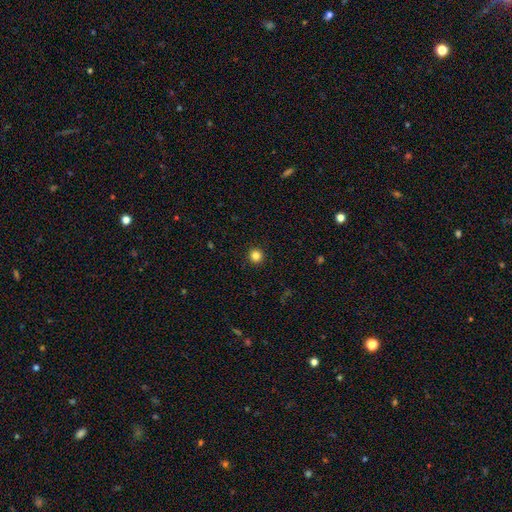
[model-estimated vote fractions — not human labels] Morphology: type=smooth (84%); roundness=round (96%); merging=none (93%).